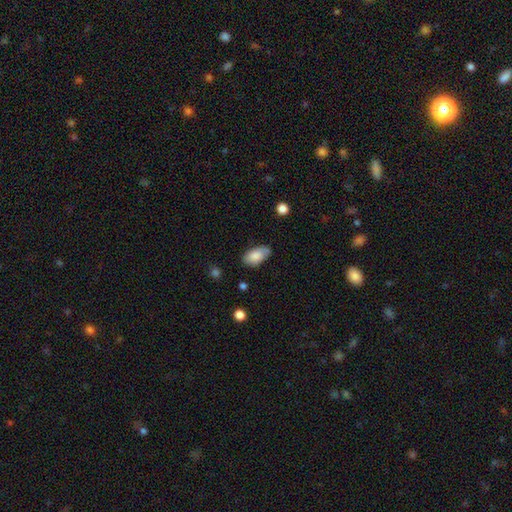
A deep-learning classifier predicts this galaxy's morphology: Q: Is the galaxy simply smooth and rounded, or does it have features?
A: smooth — 83%.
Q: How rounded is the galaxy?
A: in between — 94%.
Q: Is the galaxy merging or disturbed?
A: none — 71%.